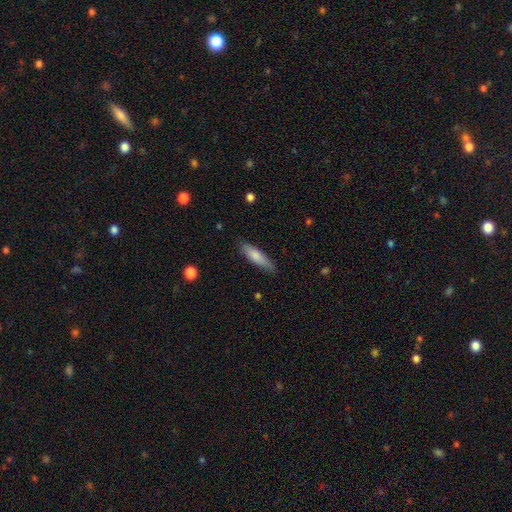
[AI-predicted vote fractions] smooth_or_featured: smooth (p=0.80) [alt: featured or disk p=0.15]
how_rounded: cigar-shaped (p=0.65) [alt: in between p=0.33]
merging: none (p=0.81) [alt: minor disturbance p=0.15]